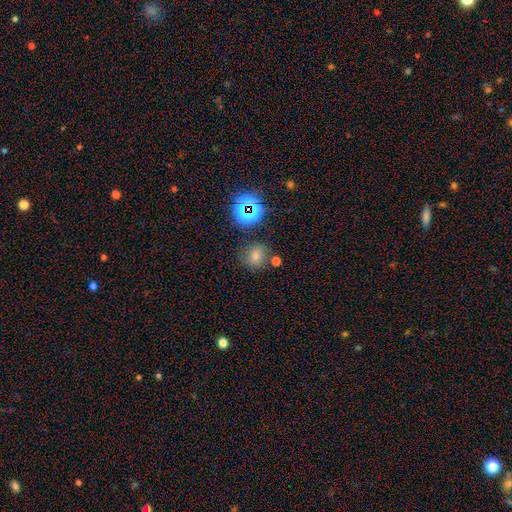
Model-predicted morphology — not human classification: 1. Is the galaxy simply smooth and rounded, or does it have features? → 47% smooth, 37% star or artifact, 15% featured or disk.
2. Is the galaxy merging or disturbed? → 74% none, 13% minor disturbance, 8% merger, 5% major disturbance.